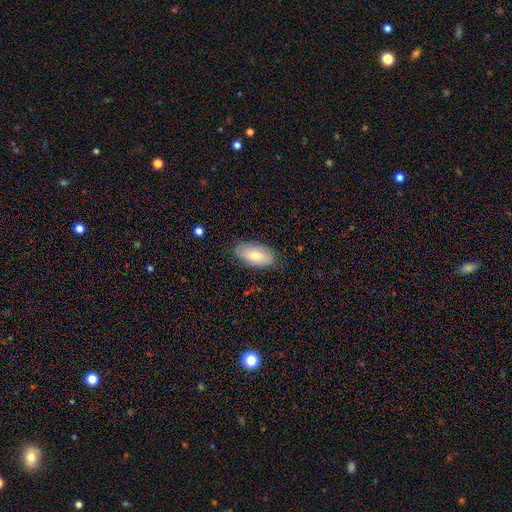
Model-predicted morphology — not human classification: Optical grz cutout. It shows a smooth galaxy with no disk features (72%) that is in between round and cigar-shaped (93%). Merging: none (80%).